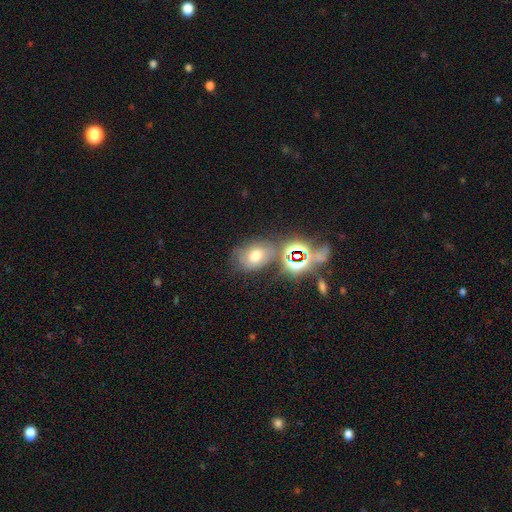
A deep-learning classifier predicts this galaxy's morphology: smooth 38%, star or artifact 35%, featured or disk 27%. Down the decision tree: merging — none (55%).